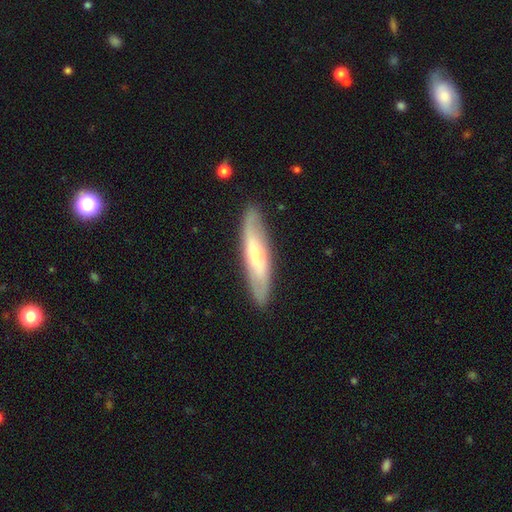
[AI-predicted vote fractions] This is possibly a smooth galaxy (48%). Merging: clearly none (86%).